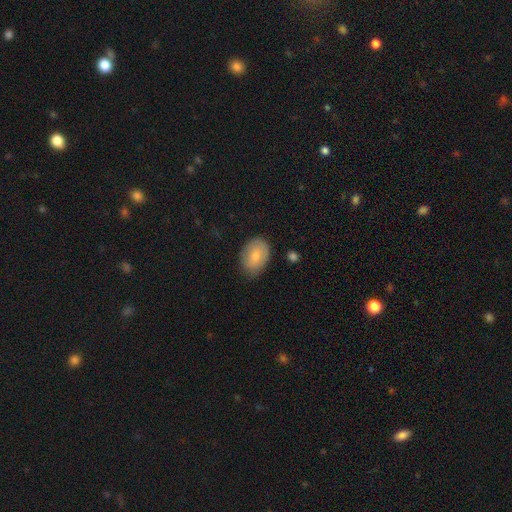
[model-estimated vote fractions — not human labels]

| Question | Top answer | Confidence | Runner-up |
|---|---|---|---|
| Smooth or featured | smooth | 74% | featured or disk (20%) |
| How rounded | in between | 79% | round (20%) |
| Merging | none | 74% | minor disturbance (20%) |